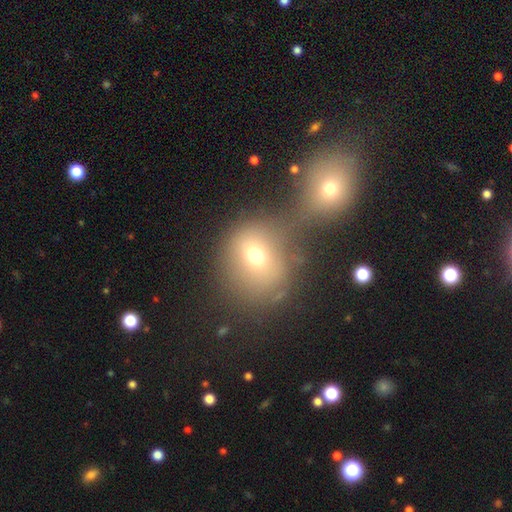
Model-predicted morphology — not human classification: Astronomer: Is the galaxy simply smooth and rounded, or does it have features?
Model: smooth — 67%.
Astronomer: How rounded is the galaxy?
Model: round — 75%.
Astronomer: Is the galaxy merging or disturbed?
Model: merger — 51% (runner-up: none, 35%).